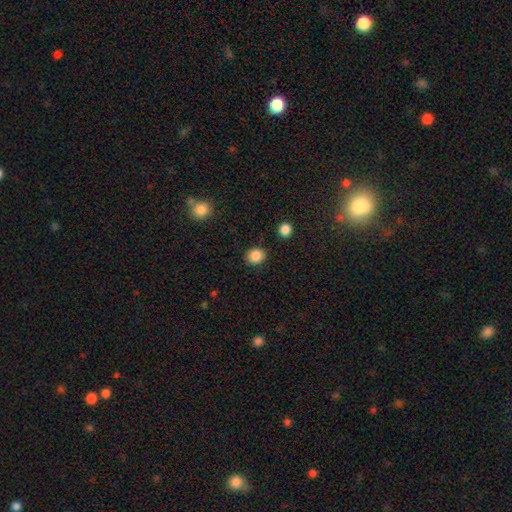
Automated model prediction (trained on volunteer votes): smooth-or-featured: smooth: 87% | star or artifact: 10% | featured or disk: 3%
  how-rounded: round: 76% | in between: 24% | cigar-shaped: 1%
  merging: none: 87% | minor disturbance: 8% | major disturbance: 3% | merger: 2%